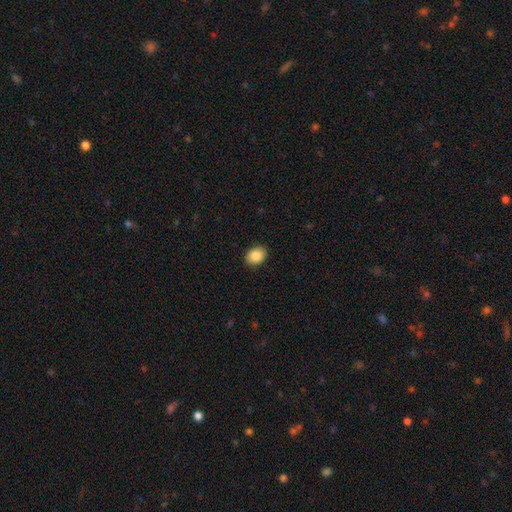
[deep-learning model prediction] This is clearly a smooth galaxy (89%). How rounded: likely in between (67%). Merging: clearly none (89%).